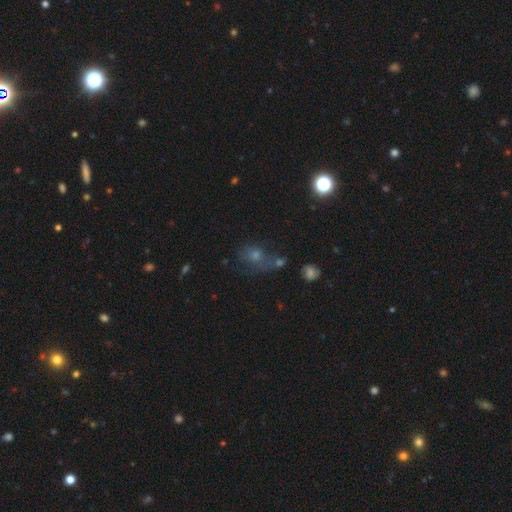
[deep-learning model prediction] Q: Smooth or featured?
A: smooth (49%); runner-up: star or artifact (30%)
Q: Merging?
A: none (47%); runner-up: minor disturbance (20%)